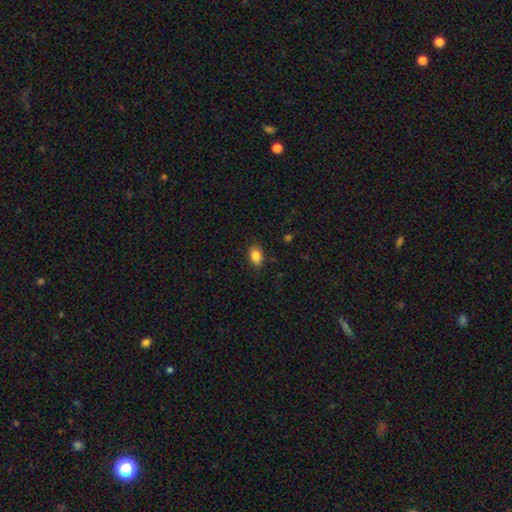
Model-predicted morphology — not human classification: Smooth or featured? Predicted: smooth (p=0.85). How rounded? Predicted: in between (p=0.83). Merging? Predicted: none (p=0.83).